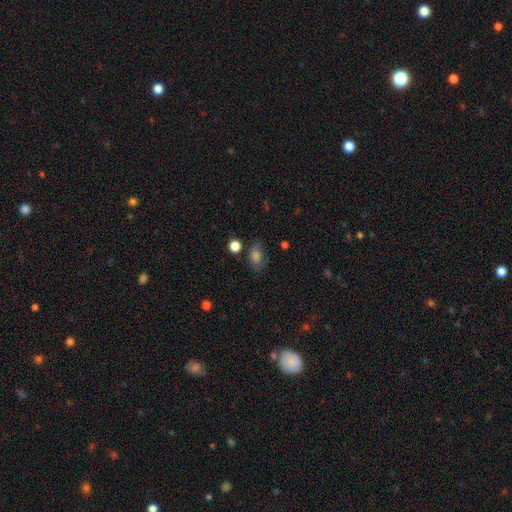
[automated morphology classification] This is likely a smooth galaxy (63%). How rounded: likely in between (79%). Merging: likely none (73%).